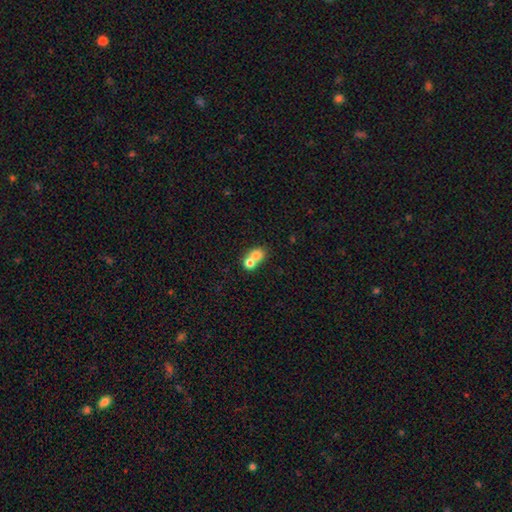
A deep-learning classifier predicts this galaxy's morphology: The model was most divided on "how rounded": round: 69%, in between: 30%, cigar-shaped: 1%. More confident: smooth or featured — smooth (74%); merging — merger (67%).